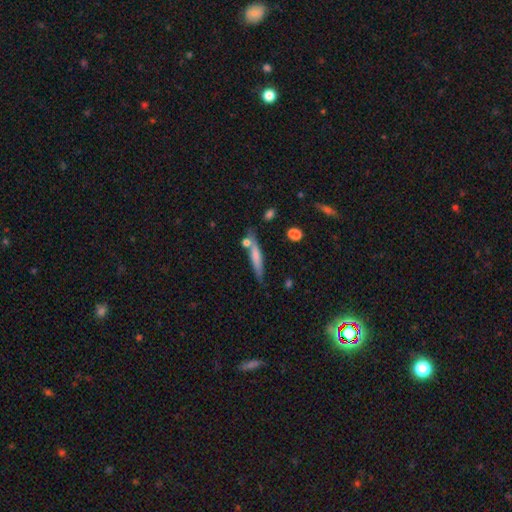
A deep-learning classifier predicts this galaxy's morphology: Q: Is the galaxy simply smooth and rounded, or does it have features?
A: smooth — 62%.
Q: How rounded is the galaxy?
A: cigar-shaped — 89%.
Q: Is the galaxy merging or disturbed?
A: none — 68%.